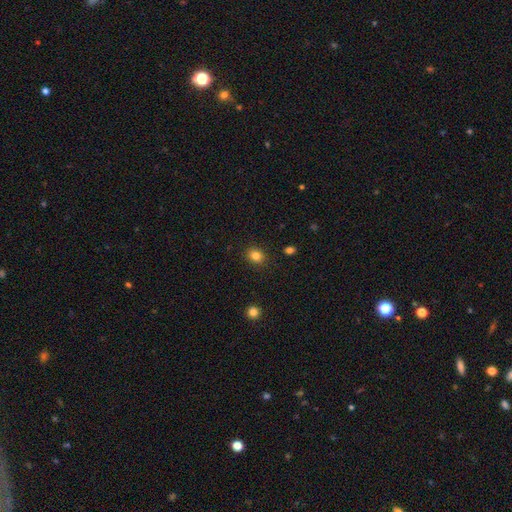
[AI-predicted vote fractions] This appears to be a smooth galaxy with no disk features (83%) that is round (51%). Merging: none (89%).